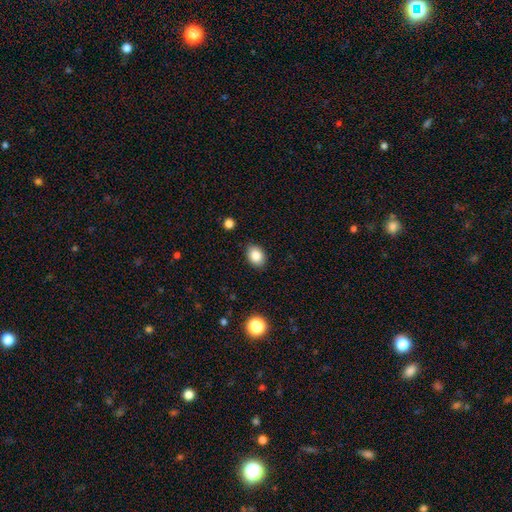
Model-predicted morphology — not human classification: Q: Smooth or featured?
A: smooth (85%); runner-up: star or artifact (9%)
Q: How rounded?
A: in between (66%); runner-up: round (33%)
Q: Merging?
A: none (87%); runner-up: minor disturbance (9%)